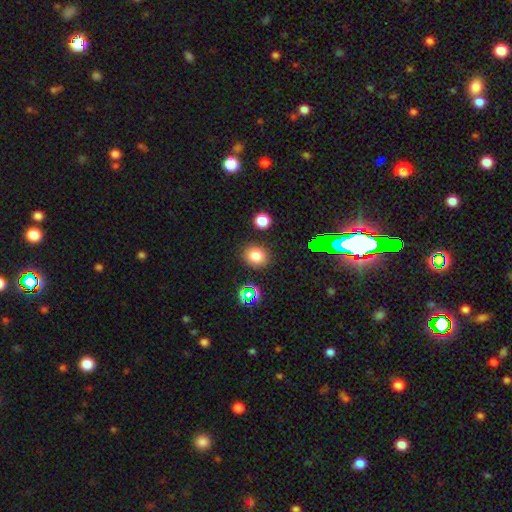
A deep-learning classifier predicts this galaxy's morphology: This appears to be a smooth galaxy with no disk features (77%) that is round (63%). Merging: none (85%).